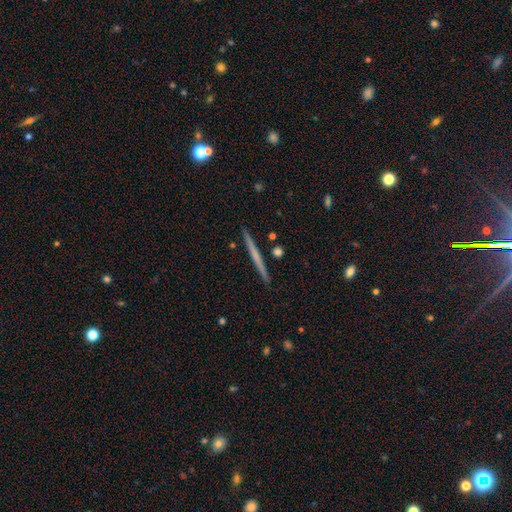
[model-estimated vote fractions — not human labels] smooth_or_featured: featured or disk (p=0.54) [alt: smooth p=0.41]
disk_edge_on: yes (p=0.98) [alt: no p=0.02]
edge_on_bulge: none (p=0.83) [alt: rounded p=0.13]
merging: none (p=0.92) [alt: minor disturbance p=0.05]